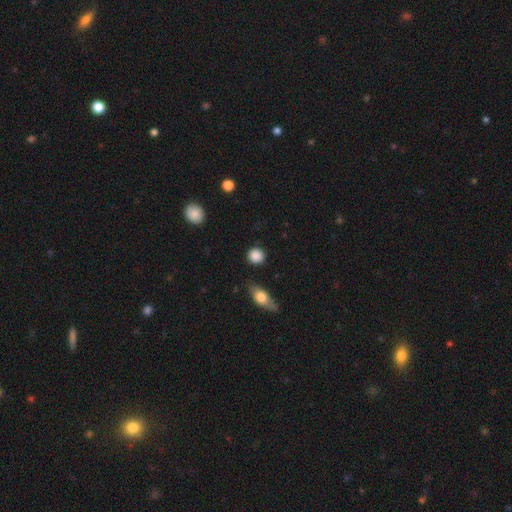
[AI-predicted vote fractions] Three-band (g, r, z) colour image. It shows a smooth galaxy with no disk features (86%) that is round (89%). Merging: none (85%).